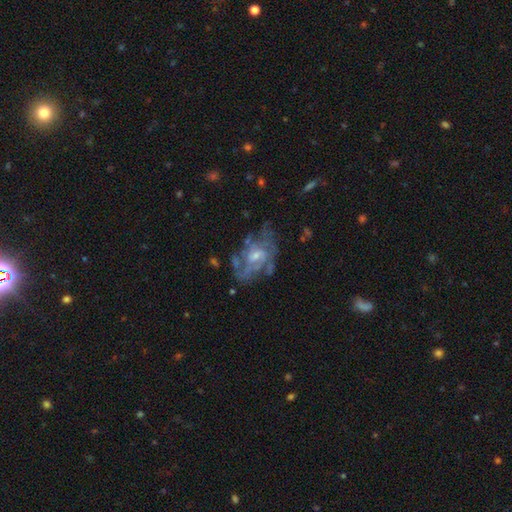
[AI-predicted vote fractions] Morphology: type=featured or disk (77%); edge-on=no (97%); bar=no (54%); spiral arms=yes (72%); winding=medium (42%); arm count=can't tell (48%); bulge=small (47%); merging=none (50%).